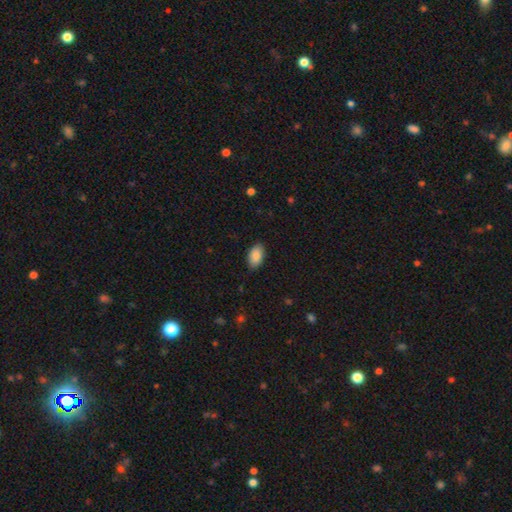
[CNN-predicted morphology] Smooth or featured: smooth — 88% (star or artifact — 7%)
How rounded: in between — 94% (round — 5%)
Merging: none — 87% (minor disturbance — 10%)